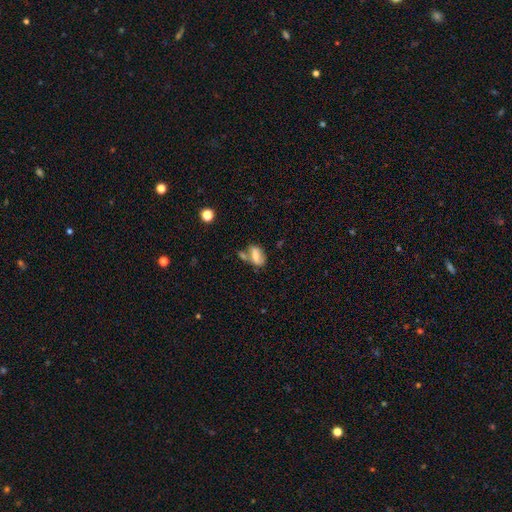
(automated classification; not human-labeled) Smooth or featured: smooth — 61% (featured or disk — 30%)
How rounded: in between — 82% (round — 10%)
Merging: none — 41% (merger — 30%)